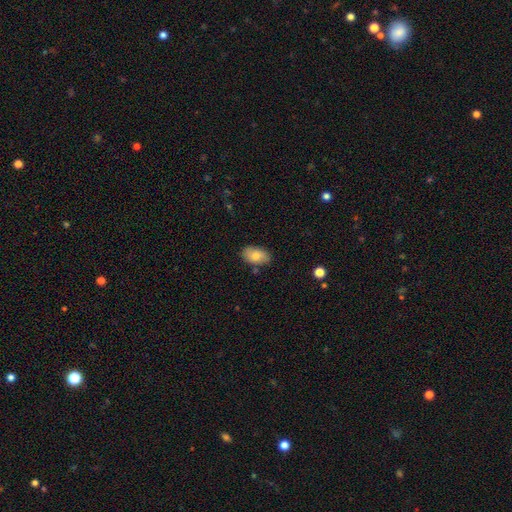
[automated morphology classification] This appears to be a smooth galaxy with no disk features (79%) that is in between round and cigar-shaped (92%). Merging: none (79%).